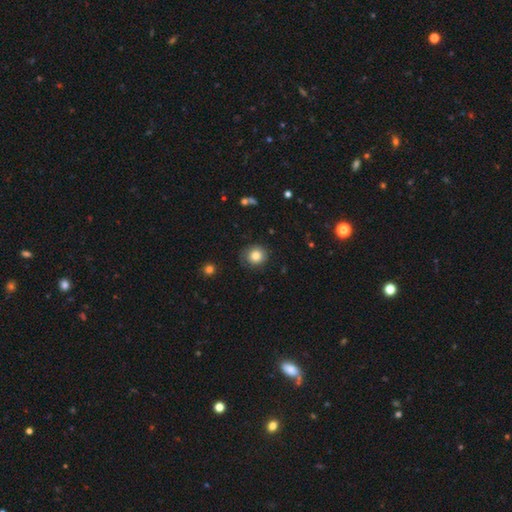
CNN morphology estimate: smooth-or-featured: smooth: 83% | star or artifact: 10% | featured or disk: 8%
  how-rounded: round: 86% | in between: 13% | cigar-shaped: 1%
  merging: none: 81% | minor disturbance: 14% | major disturbance: 4% | merger: 1%